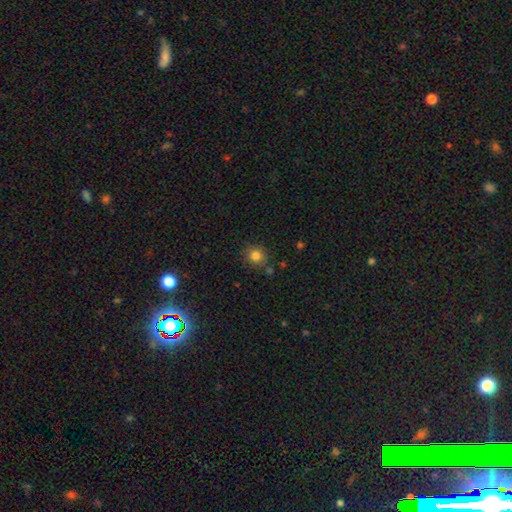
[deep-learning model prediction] Smooth or featured: smooth — 82% (star or artifact — 12%)
How rounded: round — 89% (in between — 10%)
Merging: none — 83% (minor disturbance — 10%)